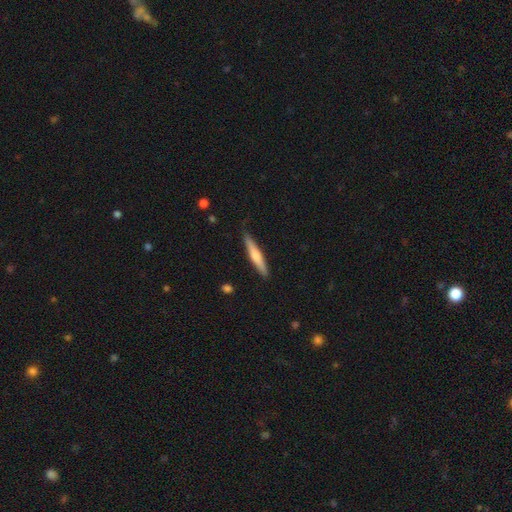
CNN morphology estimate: smooth_or_featured: smooth (p=0.55) [alt: featured or disk p=0.40]
how_rounded: cigar-shaped (p=0.92) [alt: in between p=0.07]
merging: none (p=0.86) [alt: minor disturbance p=0.11]